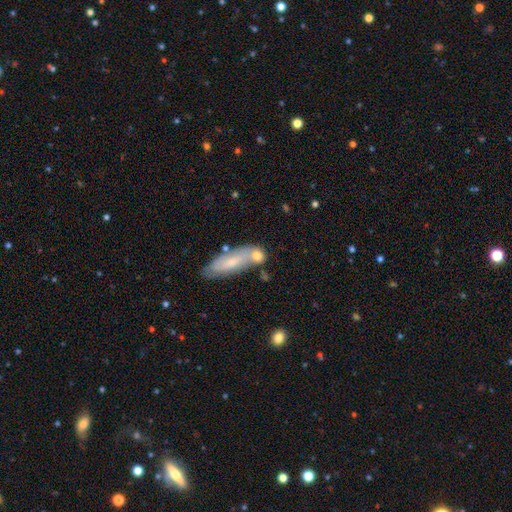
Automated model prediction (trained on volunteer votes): smooth_or_featured: smooth (p=0.62) [alt: featured or disk p=0.31]
how_rounded: cigar-shaped (p=0.47) [alt: in between p=0.46]
merging: none (p=0.51) [alt: merger p=0.24]